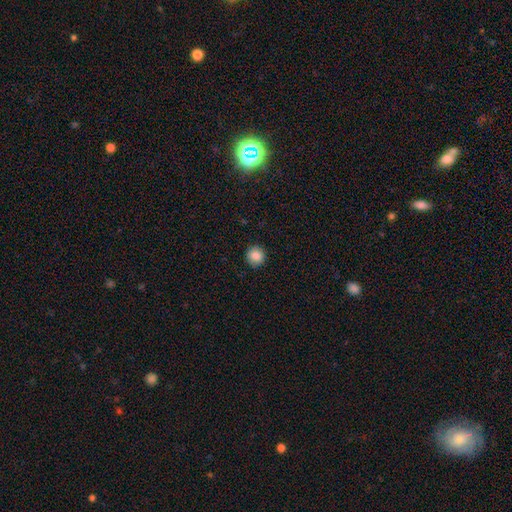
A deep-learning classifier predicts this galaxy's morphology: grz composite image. It shows a smooth galaxy with no disk features (86%) that is round (91%). Merging: none (91%).